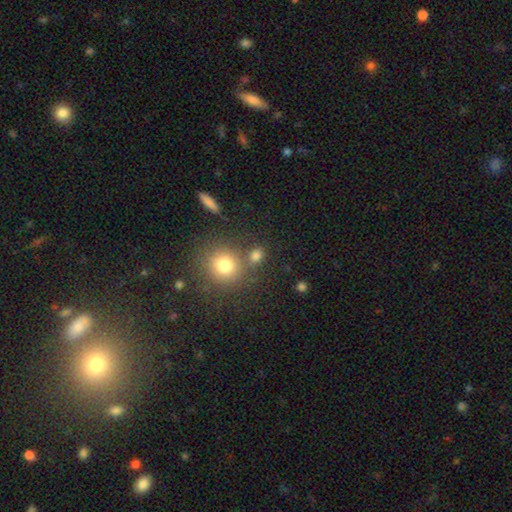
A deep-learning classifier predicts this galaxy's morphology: This is likely a smooth galaxy (76%). How rounded: possibly round (56%). Merging: likely none (66%).